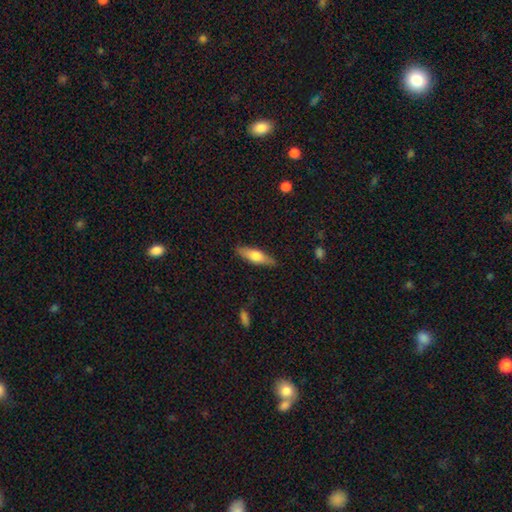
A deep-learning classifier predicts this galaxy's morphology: Smooth or featured? Predicted: smooth (p=0.57). How rounded? Predicted: cigar-shaped (p=0.57). Merging? Predicted: none (p=0.86).